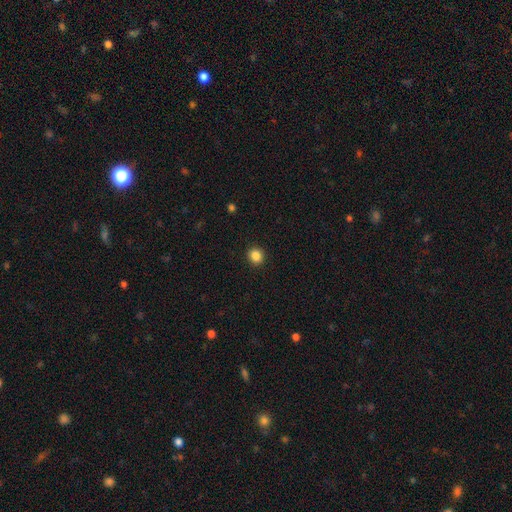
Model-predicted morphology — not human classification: Q: Smooth or featured?
A: smooth (86%); runner-up: star or artifact (11%)
Q: How rounded?
A: round (86%); runner-up: in between (13%)
Q: Merging?
A: none (92%); runner-up: minor disturbance (5%)